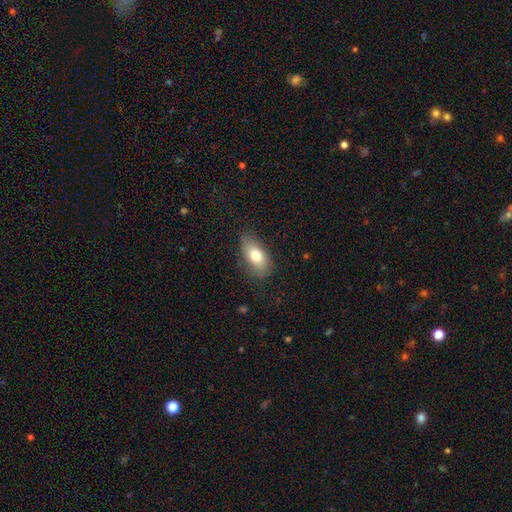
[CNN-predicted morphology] smooth_or_featured: smooth (p=0.74) [alt: featured or disk p=0.18]
how_rounded: in between (p=0.88) [alt: round p=0.06]
merging: none (p=0.77) [alt: minor disturbance p=0.17]